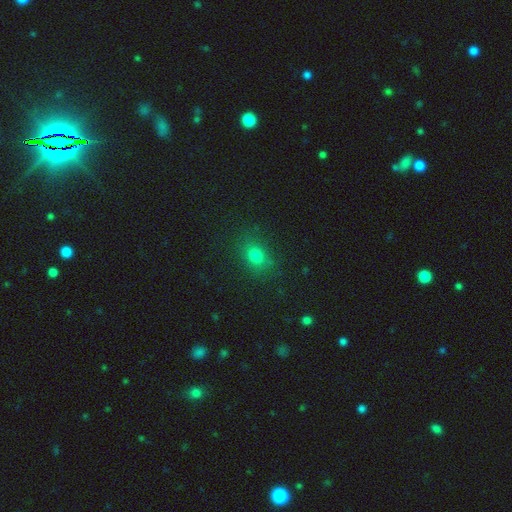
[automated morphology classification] Smooth or featured? Predicted: smooth (p=0.75). How rounded? Predicted: in between (p=0.56). Merging? Predicted: none (p=0.82).